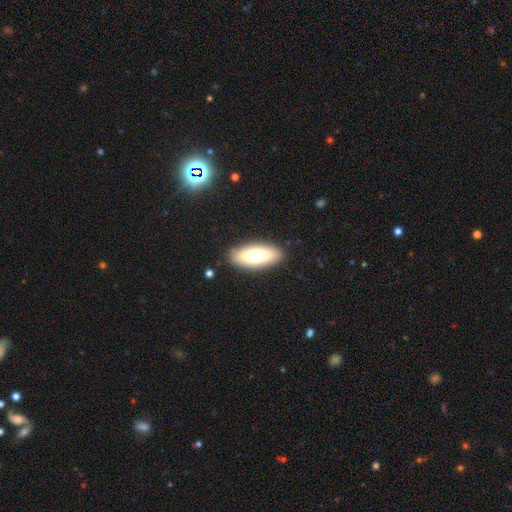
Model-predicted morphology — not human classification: Q: Smooth or featured?
A: smooth (69%); runner-up: featured or disk (24%)
Q: How rounded?
A: in between (81%); runner-up: cigar-shaped (16%)
Q: Merging?
A: none (88%); runner-up: minor disturbance (8%)